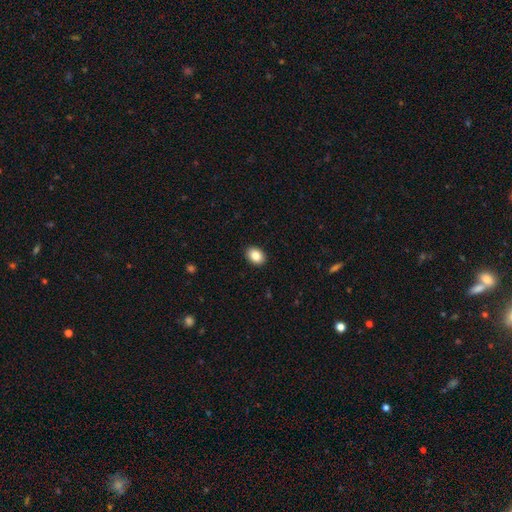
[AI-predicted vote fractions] A smooth galaxy with no disk features (86%) that is in between round and cigar-shaped (73%).

Vote fractions:
- Smooth or featured? smooth: 86% / star or artifact: 8% / featured or disk: 5%
- How rounded? in between: 73% / round: 26% / cigar-shaped: 1%
- Merging? none: 92% / minor disturbance: 6% / major disturbance: 2% / merger: 1%